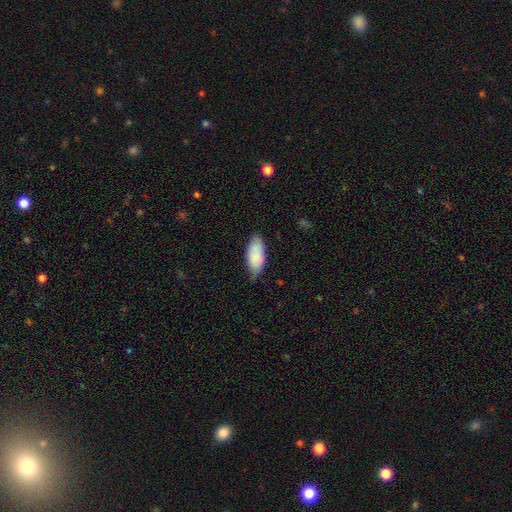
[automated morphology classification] This is clearly a smooth galaxy (85%). How rounded: clearly in between (89%). Merging: likely none (68%).